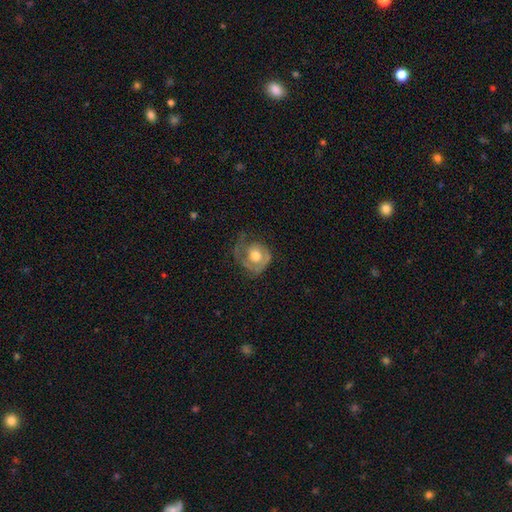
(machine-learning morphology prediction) This appears to be a featured or disk galaxy (58%) with no bar (81%), spiral arms (72%) and a moderate central bulge (61%). Merging: none (38%).